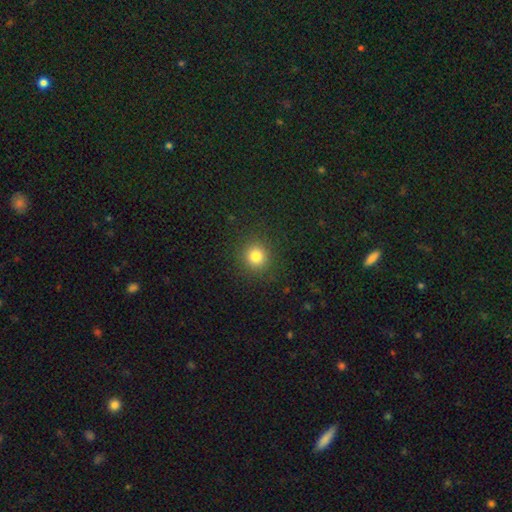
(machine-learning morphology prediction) Smooth or featured: smooth — 82% (star or artifact — 13%)
How rounded: round — 91% (in between — 8%)
Merging: none — 90% (minor disturbance — 6%)